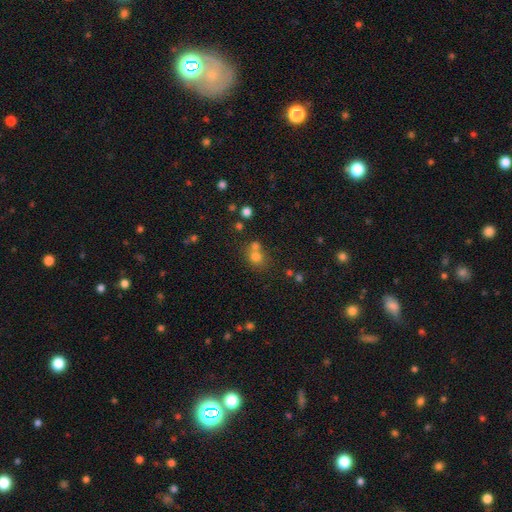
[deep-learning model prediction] smooth-or-featured: smooth: 67% | star or artifact: 21% | featured or disk: 11%
  how-rounded: round: 76% | in between: 23% | cigar-shaped: 1%
  merging: none: 50% | merger: 38% | minor disturbance: 8% | major disturbance: 4%